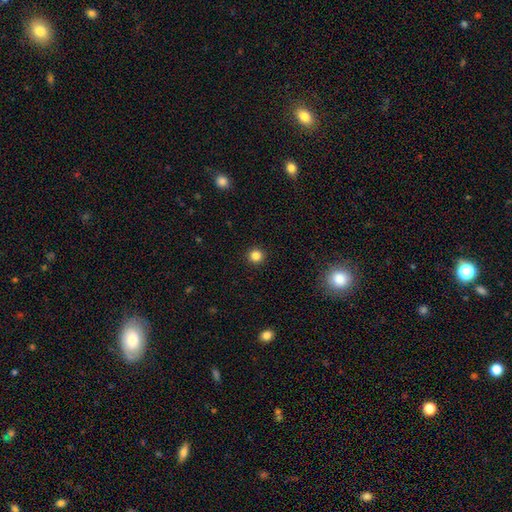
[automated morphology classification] Overall: smooth (84%). How rounded: round (95%). Merging: none (93%).